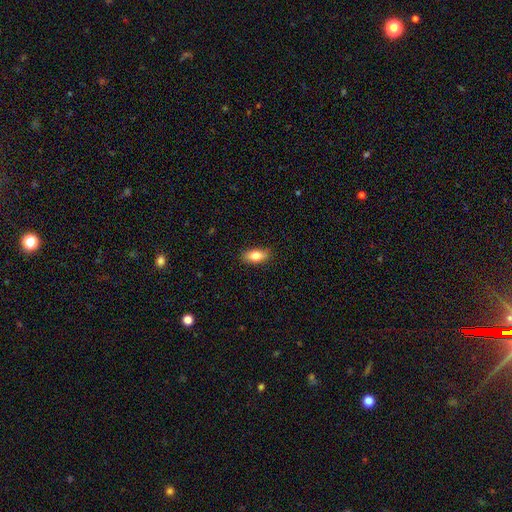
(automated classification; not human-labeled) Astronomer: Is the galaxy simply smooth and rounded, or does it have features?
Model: smooth — 80%.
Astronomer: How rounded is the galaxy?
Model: in between — 85%.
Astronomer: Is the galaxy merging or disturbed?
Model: none — 87%.